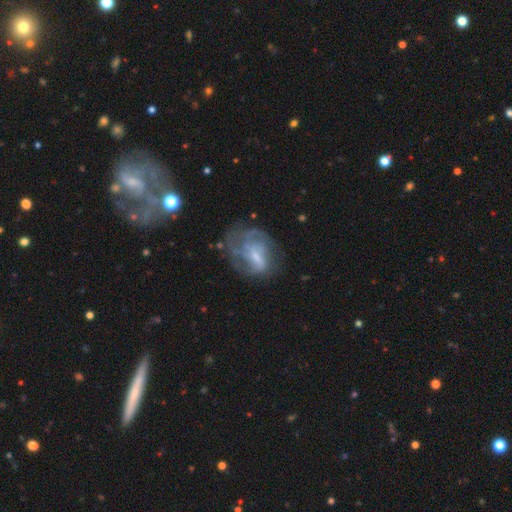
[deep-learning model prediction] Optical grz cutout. It shows a featured or disk galaxy (69%) with a weak bar (46%), spiral arms (71%) and a small central bulge (39%). Merging: none (45%).